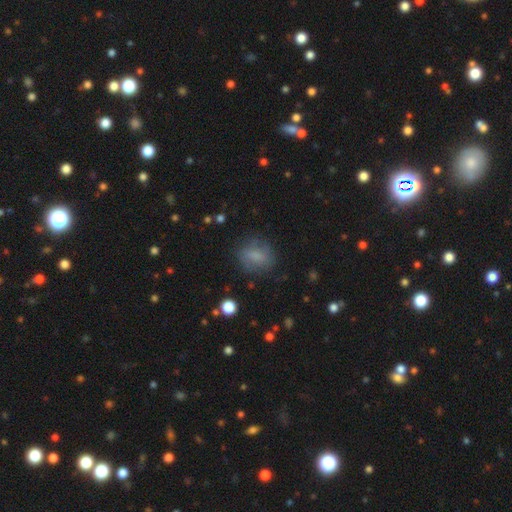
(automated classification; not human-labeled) A smooth galaxy with no disk features (72%) that is in between round and cigar-shaped (51%).

Vote fractions:
- Smooth or featured? smooth: 72% / featured or disk: 17% / star or artifact: 11%
- How rounded? in between: 51% / round: 46% / cigar-shaped: 3%
- Merging? none: 74% / minor disturbance: 17% / major disturbance: 7% / merger: 2%